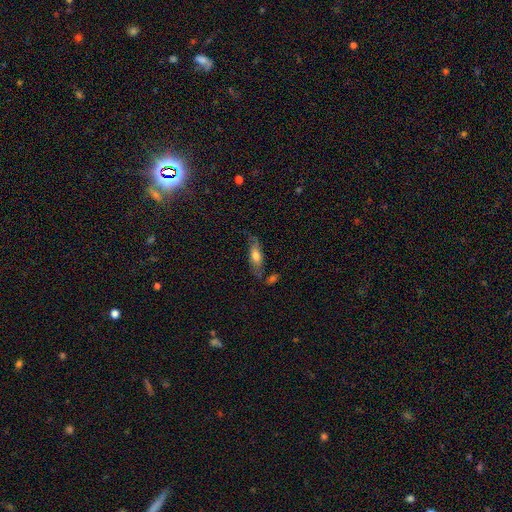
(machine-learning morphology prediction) This is possibly a smooth galaxy (57%). How rounded: likely in between (60%). Merging: likely none (62%).